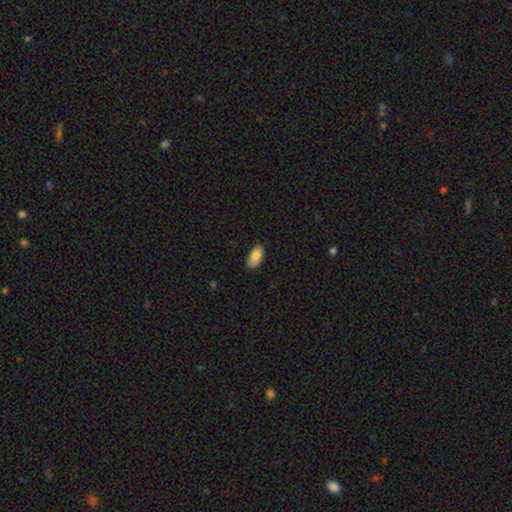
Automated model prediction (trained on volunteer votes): Morphology: type=smooth (84%); roundness=in between (92%); merging=none (78%).